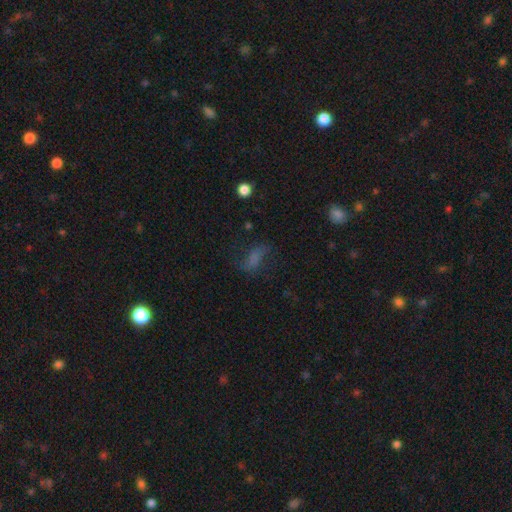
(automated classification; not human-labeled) This is possibly a smooth galaxy (45%). Merging: possibly none (59%).